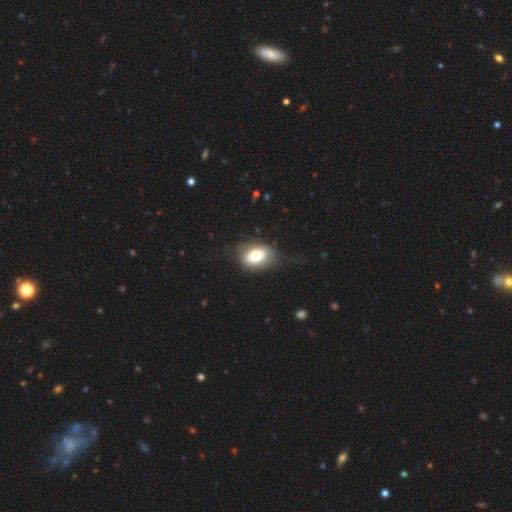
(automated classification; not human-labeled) smooth_or_featured: smooth (p=0.69) [alt: featured or disk p=0.22]
how_rounded: in between (p=0.74) [alt: round p=0.25]
merging: none (p=0.63) [alt: minor disturbance p=0.21]